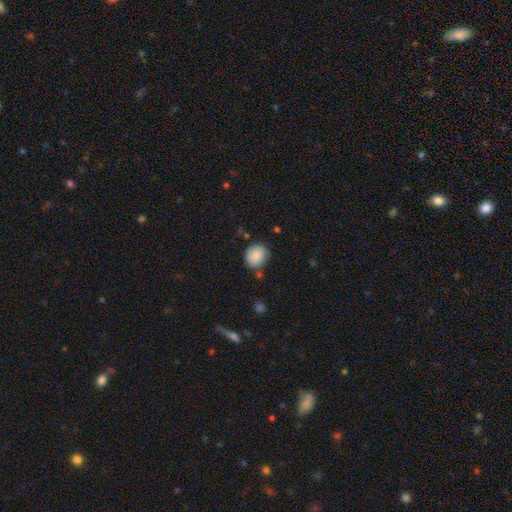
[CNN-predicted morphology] Smooth or featured? smooth (85%)
How rounded? round (70%)
Merging? none (73%)